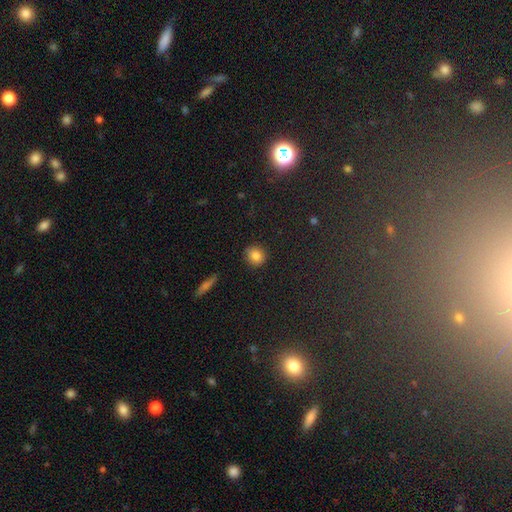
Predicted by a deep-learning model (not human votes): Morphology: type=smooth (83%); roundness=round (84%); merging=none (88%).